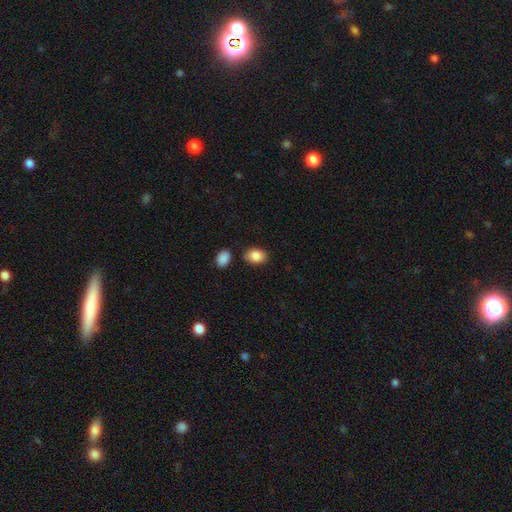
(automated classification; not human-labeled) smooth_or_featured: smooth (p=0.87) [alt: star or artifact p=0.07]
how_rounded: in between (p=0.79) [alt: round p=0.20]
merging: none (p=0.82) [alt: minor disturbance p=0.10]